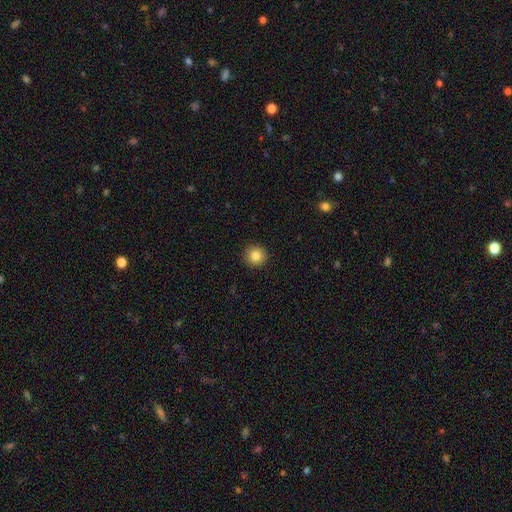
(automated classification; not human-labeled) smooth 84%, star or artifact 10%, featured or disk 6%. Down the decision tree: how rounded — round (94%); merging — none (92%).